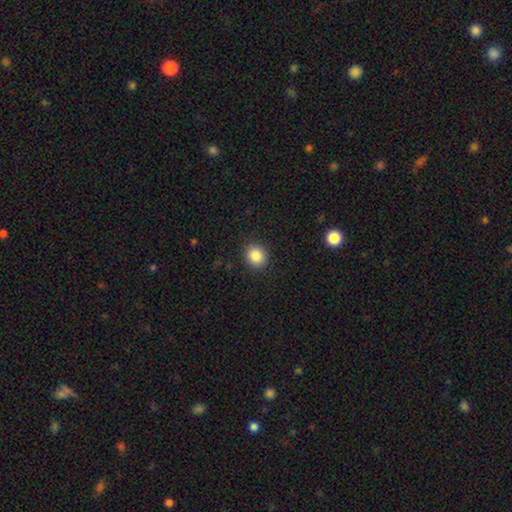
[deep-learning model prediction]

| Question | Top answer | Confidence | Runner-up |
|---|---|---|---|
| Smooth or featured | smooth | 85% | star or artifact (10%) |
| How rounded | round | 77% | in between (22%) |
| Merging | none | 90% | minor disturbance (7%) |